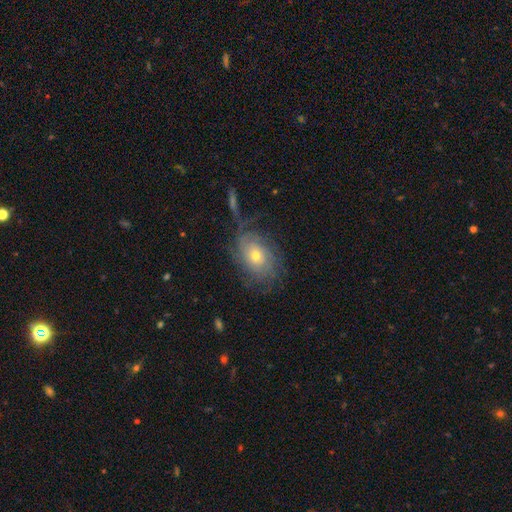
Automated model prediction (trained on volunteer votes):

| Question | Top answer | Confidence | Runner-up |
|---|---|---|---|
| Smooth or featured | featured or disk | 63% | smooth (28%) |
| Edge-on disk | no | 94% | yes (6%) |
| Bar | no | 83% | weak (14%) |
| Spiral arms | yes | 78% | no (22%) |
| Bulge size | moderate | 49% | small (46%) |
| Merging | none | 61% | minor disturbance (18%) |